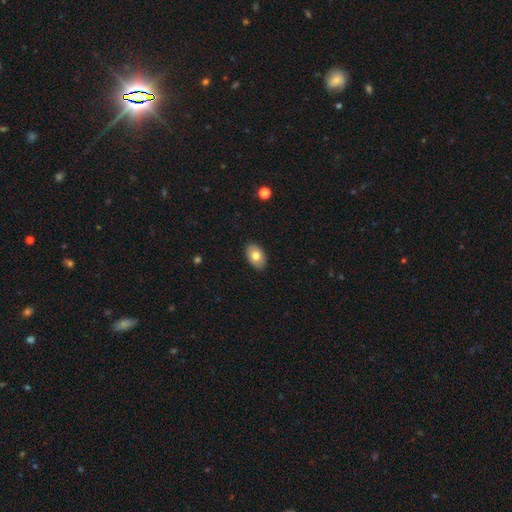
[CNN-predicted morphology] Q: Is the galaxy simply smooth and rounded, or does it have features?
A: smooth — 75%.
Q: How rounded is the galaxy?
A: in between — 89%.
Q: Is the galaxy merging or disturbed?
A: none — 88%.